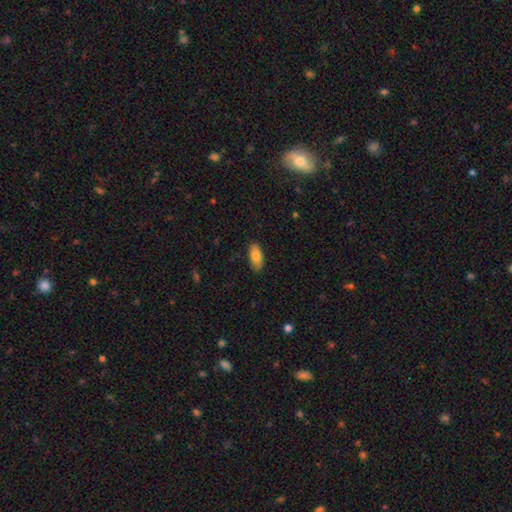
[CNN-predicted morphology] smooth 79%, featured or disk 15%, star or artifact 6%. Down the decision tree: how rounded — in between (81%); merging — none (88%).